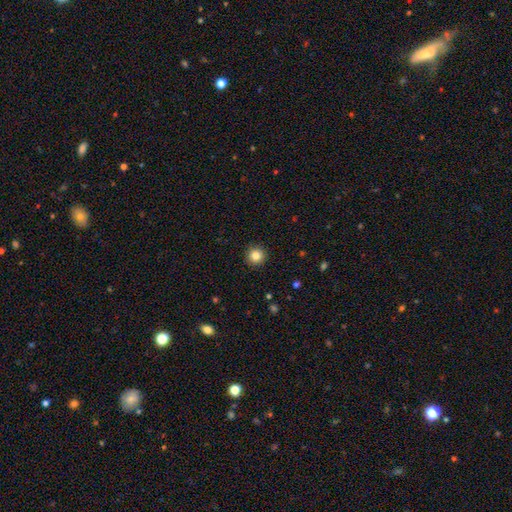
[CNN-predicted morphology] Smooth or featured? smooth (83%)
How rounded? round (96%)
Merging? none (93%)